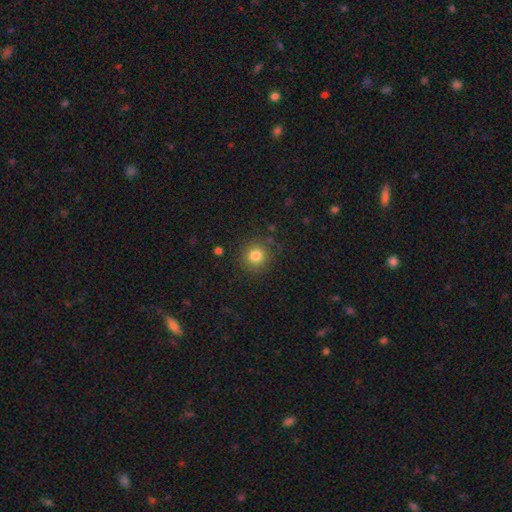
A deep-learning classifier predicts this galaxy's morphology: Overall: smooth (82%). How rounded: round (91%). Merging: none (85%).